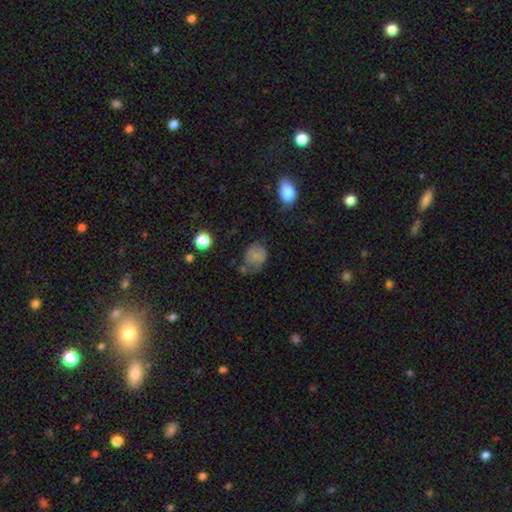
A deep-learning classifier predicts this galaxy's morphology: smooth_or_featured: smooth (p=0.70) [alt: featured or disk p=0.17]
how_rounded: round (p=0.59) [alt: in between p=0.40]
merging: none (p=0.51) [alt: minor disturbance p=0.28]